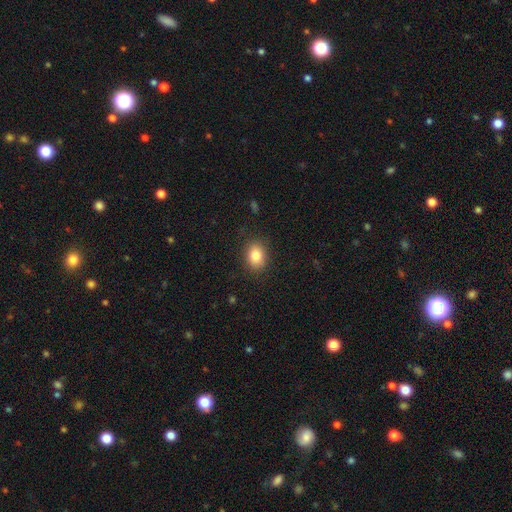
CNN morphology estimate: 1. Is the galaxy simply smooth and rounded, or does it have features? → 84% smooth, 9% star or artifact, 7% featured or disk.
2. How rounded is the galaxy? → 58% in between, 41% round, 1% cigar-shaped.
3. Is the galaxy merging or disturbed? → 86% none, 10% minor disturbance, 3% major disturbance, 1% merger.